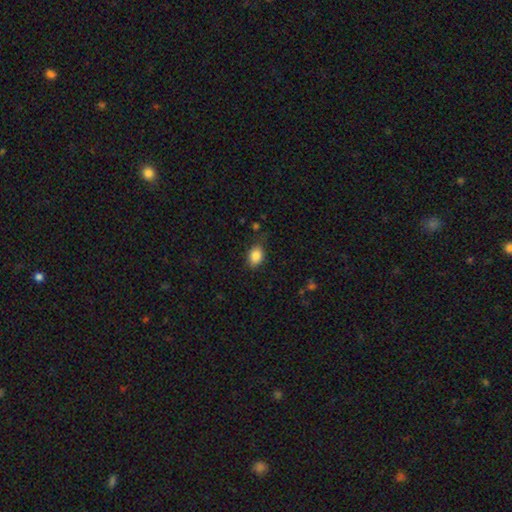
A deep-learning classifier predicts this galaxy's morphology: smooth_or_featured: smooth (p=0.87) [alt: star or artifact p=0.08]
how_rounded: in between (p=0.79) [alt: round p=0.20]
merging: none (p=0.75) [alt: minor disturbance p=0.19]